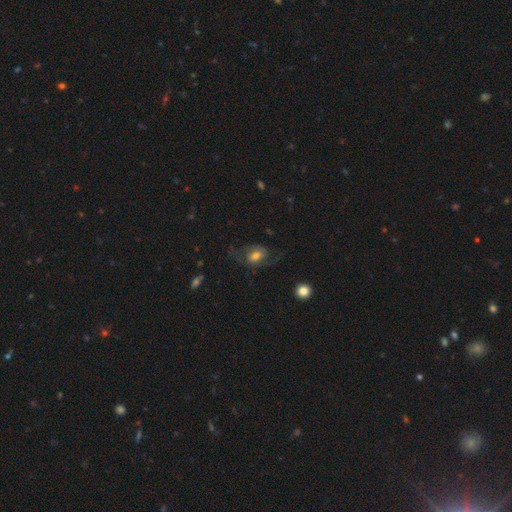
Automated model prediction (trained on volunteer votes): featured or disk 48%, smooth 42%, star or artifact 9%. Down the decision tree: merging — none (49%).